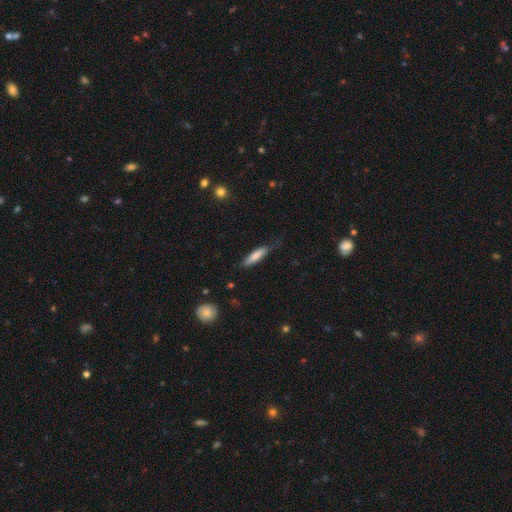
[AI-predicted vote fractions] Smooth or featured? Predicted: smooth (p=0.77). How rounded? Predicted: cigar-shaped (p=0.75). Merging? Predicted: none (p=0.66).